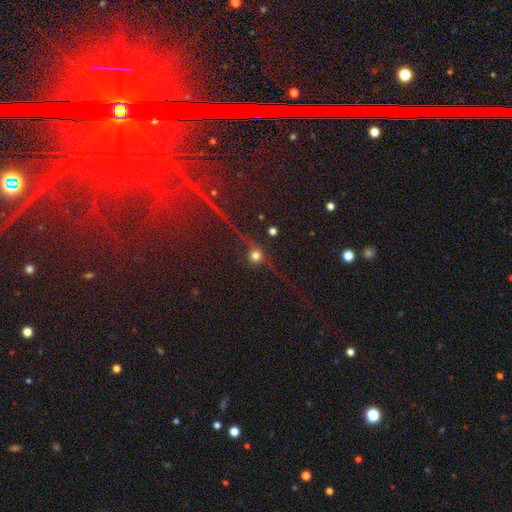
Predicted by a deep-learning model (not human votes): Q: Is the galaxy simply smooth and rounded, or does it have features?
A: smooth — 41%.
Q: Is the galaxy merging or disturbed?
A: none — 78%.